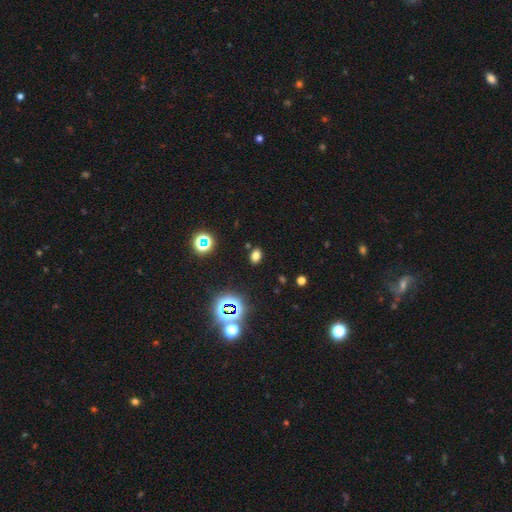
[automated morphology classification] Smooth or featured? smooth (68%)
How rounded? in between (76%)
Merging? none (86%)